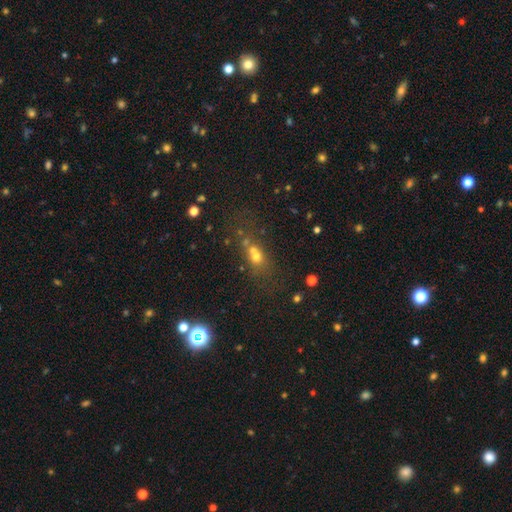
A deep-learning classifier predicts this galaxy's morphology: Smooth or featured? Predicted: smooth (p=0.53). How rounded? Predicted: round (p=0.48). Merging? Predicted: none (p=0.41).